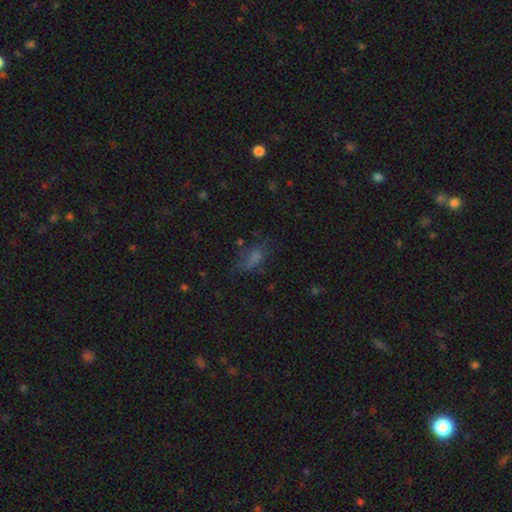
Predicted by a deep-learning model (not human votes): Morphology: type=smooth (56%); roundness=in between (77%); merging=none (47%).